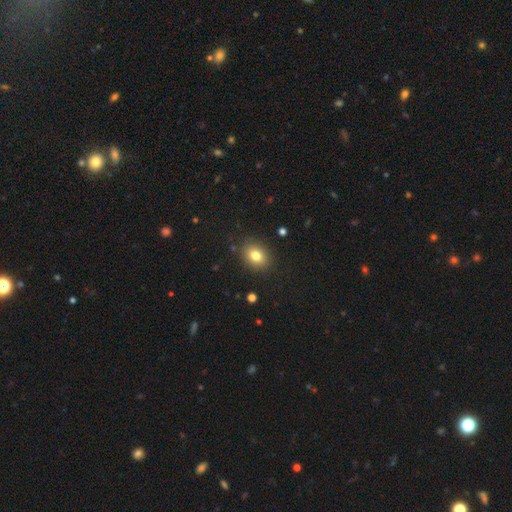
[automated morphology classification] smooth 80%, star or artifact 11%, featured or disk 10%. Down the decision tree: how rounded — in between (57%); merging — none (86%).